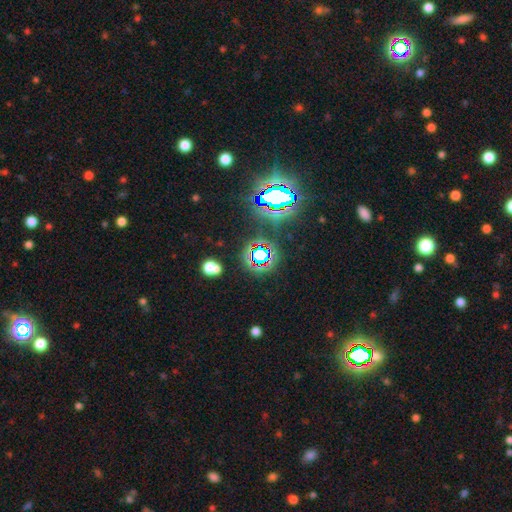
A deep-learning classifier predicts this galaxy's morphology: The model was most divided on "smooth or featured": star or artifact: 66%, smooth: 22%, featured or disk: 12%.